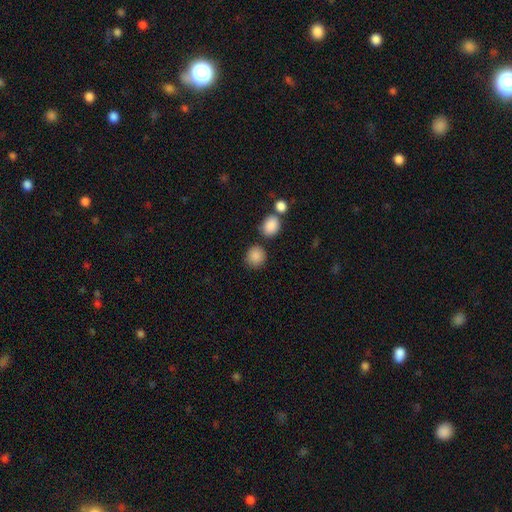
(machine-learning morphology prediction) Overall: smooth (87%). How rounded: round (86%). Merging: none (78%).